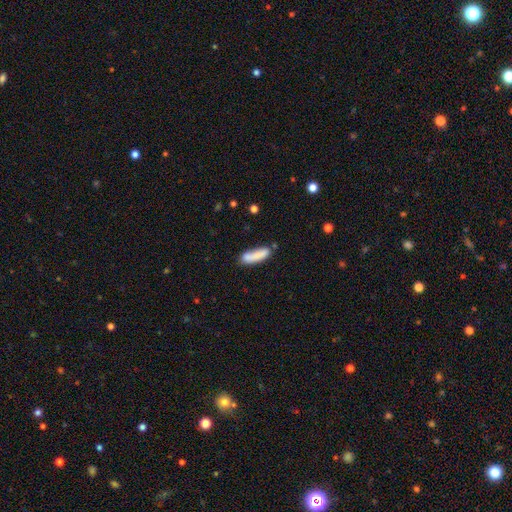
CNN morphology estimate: A smooth galaxy with no disk features (81%) that is cigar-shaped (64%).

Vote fractions:
- Smooth or featured? smooth: 81% / featured or disk: 12% / star or artifact: 7%
- How rounded? cigar-shaped: 64% / in between: 34% / round: 2%
- Merging? none: 63% / minor disturbance: 21% / merger: 11% / major disturbance: 6%